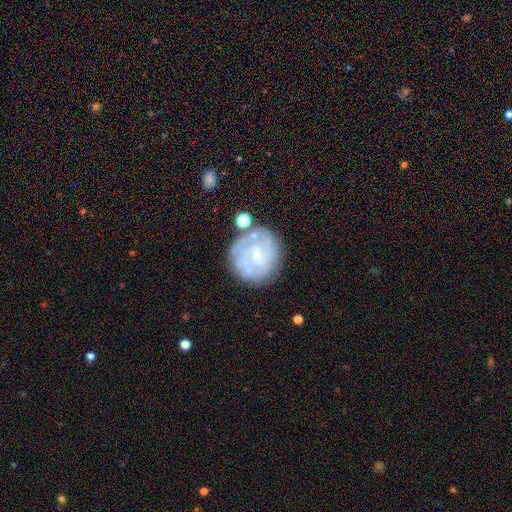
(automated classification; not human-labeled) The model was most divided on "bulge size": small: 49%, none: 28%, moderate: 18%, large: 3%, dominant: 1%. More confident: edge-on disk — no (98%); spiral arms — yes (72%); merging — none (65%); smooth or featured — featured or disk (65%); bar — no (64%).